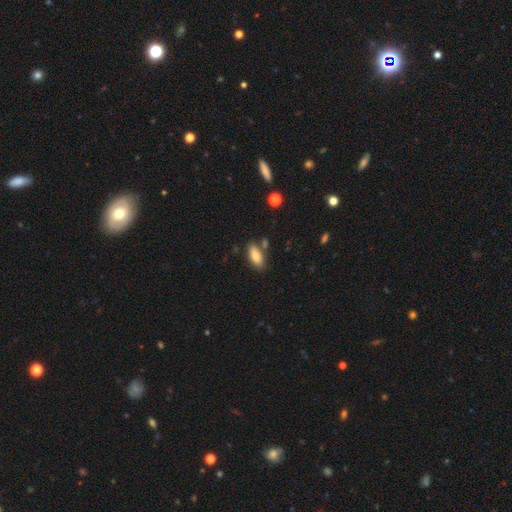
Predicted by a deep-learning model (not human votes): Morphology: type=smooth (82%); roundness=in between (85%); merging=none (74%).